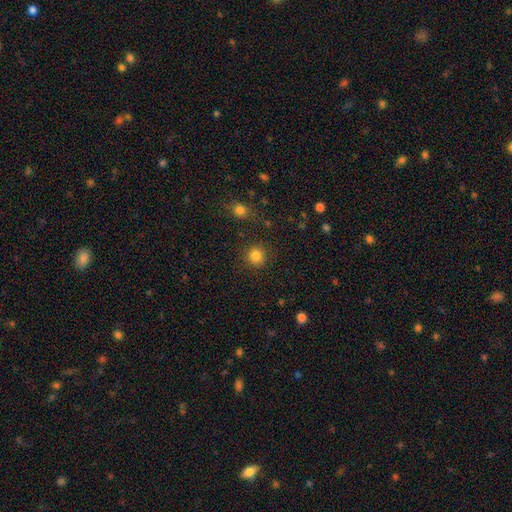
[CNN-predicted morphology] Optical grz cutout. It shows a smooth galaxy with no disk features (84%) that is round (93%). Merging: none (86%).